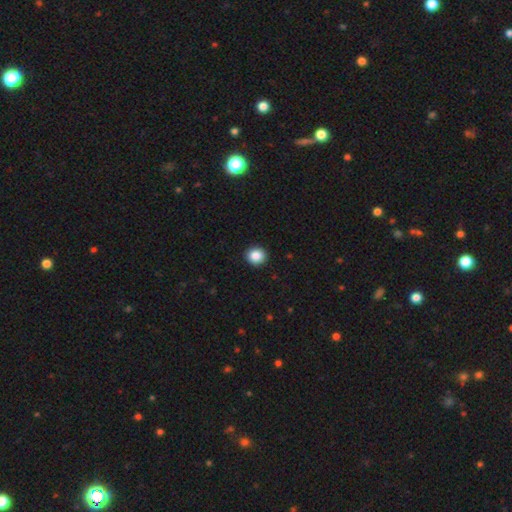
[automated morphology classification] smooth 87%, star or artifact 10%, featured or disk 4%. Down the decision tree: how rounded — round (88%); merging — none (92%).